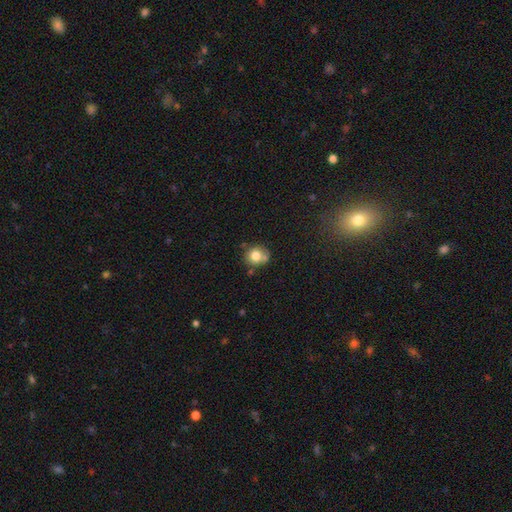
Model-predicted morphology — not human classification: This is likely a smooth galaxy (77%). How rounded: clearly round (81%). Merging: possibly none (59%).